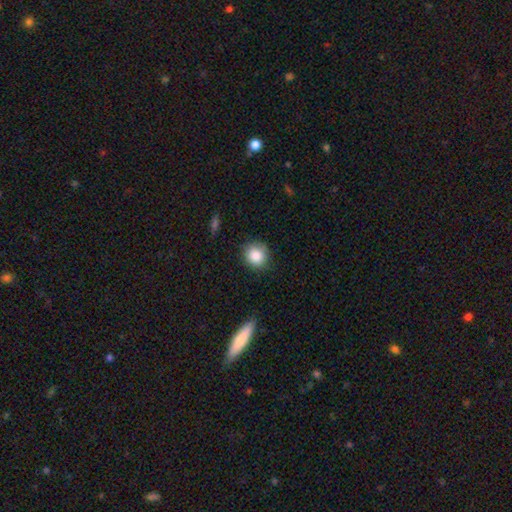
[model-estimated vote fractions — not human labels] This appears to be a smooth galaxy with no disk features (85%) that is round (88%). Merging: none (83%).